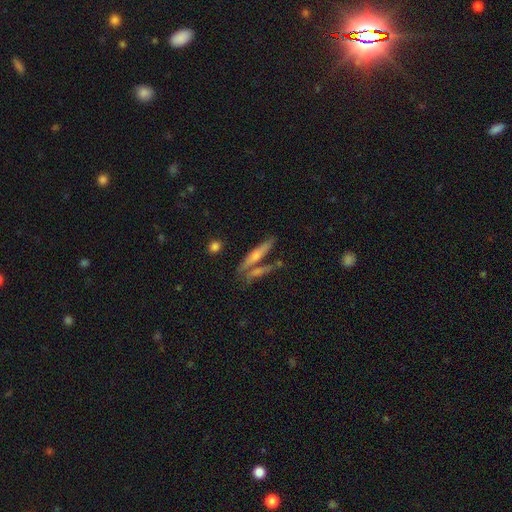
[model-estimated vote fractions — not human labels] featured or disk 50%, smooth 42%, star or artifact 8%. Down the decision tree: merging — none (62%).